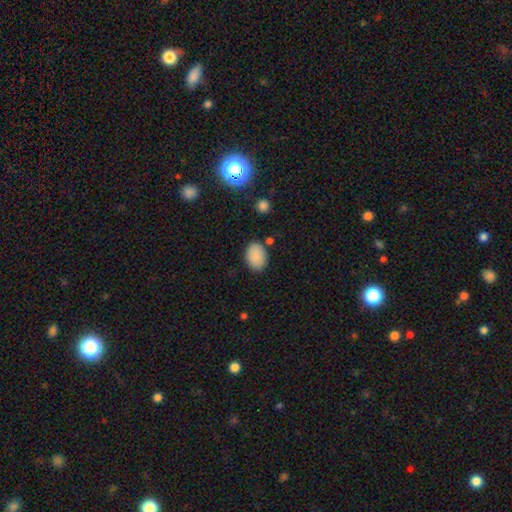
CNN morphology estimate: This appears to be a smooth galaxy with no disk features (87%) that is in between round and cigar-shaped (79%). Merging: none (81%).